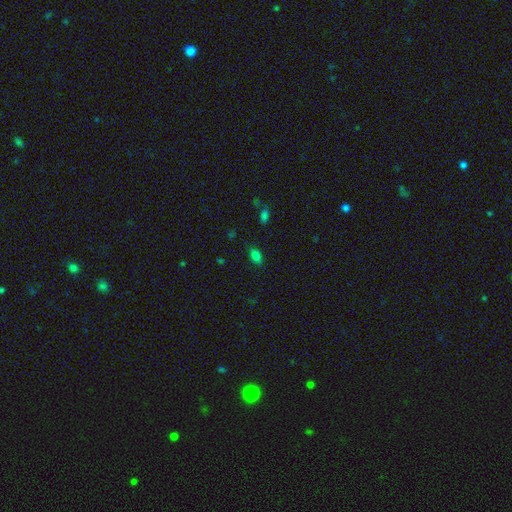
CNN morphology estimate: A smooth galaxy with no disk features (79%) that is in between round and cigar-shaped (88%).

Vote fractions:
- Smooth or featured? smooth: 79% / star or artifact: 16% / featured or disk: 5%
- How rounded? in between: 88% / round: 10% / cigar-shaped: 3%
- Merging? none: 83% / minor disturbance: 12% / major disturbance: 3% / merger: 2%